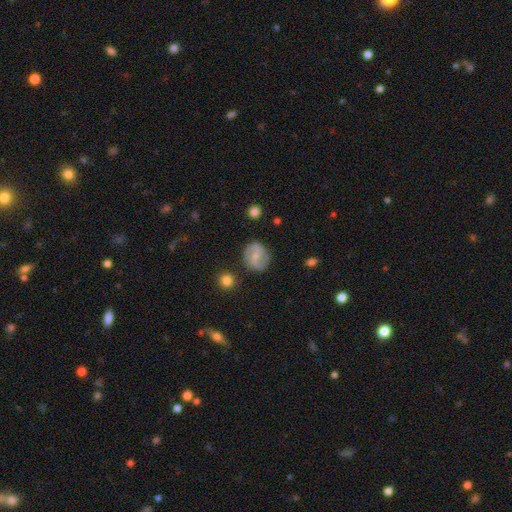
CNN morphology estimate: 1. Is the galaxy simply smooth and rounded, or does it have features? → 56% featured or disk, 37% smooth, 7% star or artifact.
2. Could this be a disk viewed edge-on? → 97% no, 3% yes.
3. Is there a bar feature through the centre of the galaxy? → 47% weak, 30% no, 23% strong.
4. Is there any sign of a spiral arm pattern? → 77% yes, 23% no.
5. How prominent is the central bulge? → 55% small, 39% moderate, 4% none, 2% large, 1% dominant.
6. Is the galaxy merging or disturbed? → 82% none, 13% minor disturbance, 4% major disturbance, 2% merger.